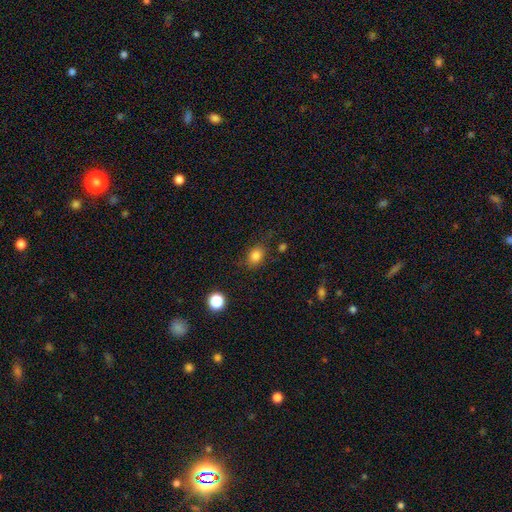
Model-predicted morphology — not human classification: type=smooth (83%); roundness=in between (62%); merging=none (75%).